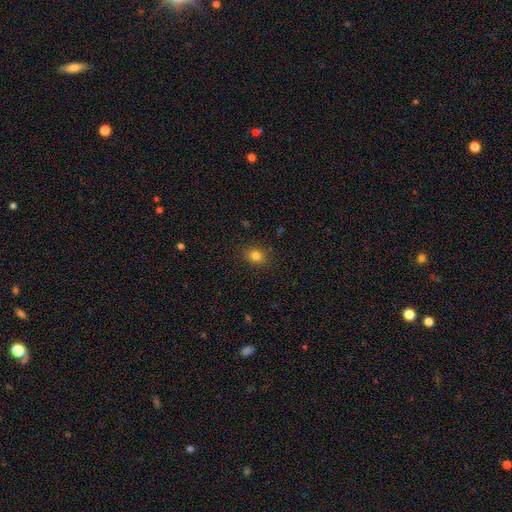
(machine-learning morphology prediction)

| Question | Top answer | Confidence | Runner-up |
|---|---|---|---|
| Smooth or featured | smooth | 81% | star or artifact (13%) |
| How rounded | round | 60% | in between (39%) |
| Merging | none | 88% | minor disturbance (9%) |